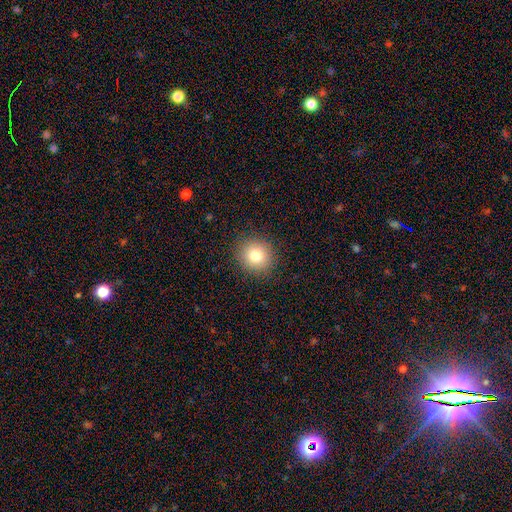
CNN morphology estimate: This appears to be a smooth galaxy with no disk features (79%) that is round (88%). Merging: none (90%).